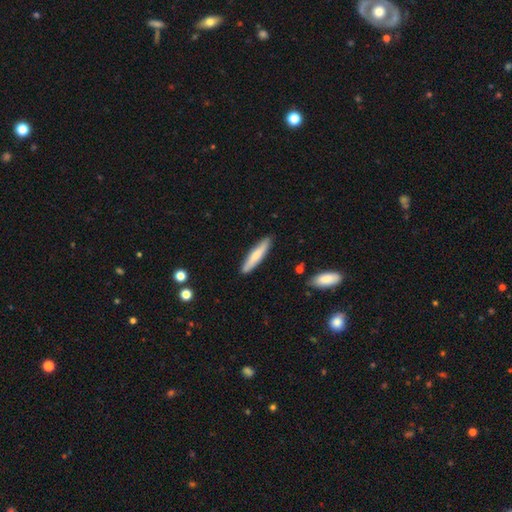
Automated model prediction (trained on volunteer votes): Overall: smooth (71%). How rounded: cigar-shaped (88%). Merging: none (87%).